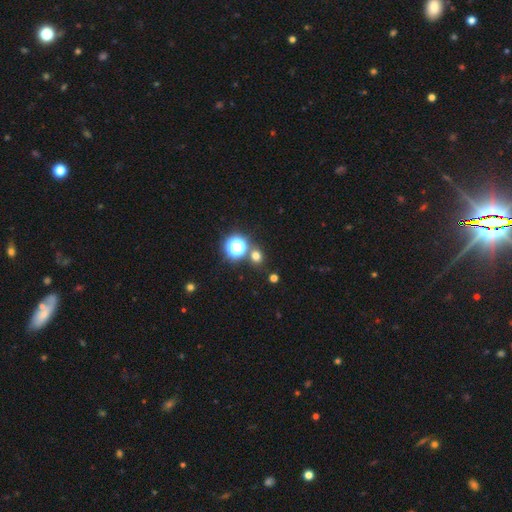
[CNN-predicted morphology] A smooth galaxy with no disk features (65%) that is round (81%).

Vote fractions:
- Smooth or featured? smooth: 65% / star or artifact: 29% / featured or disk: 6%
- How rounded? round: 81% / in between: 18% / cigar-shaped: 1%
- Merging? none: 79% / merger: 11% / minor disturbance: 7% / major disturbance: 3%